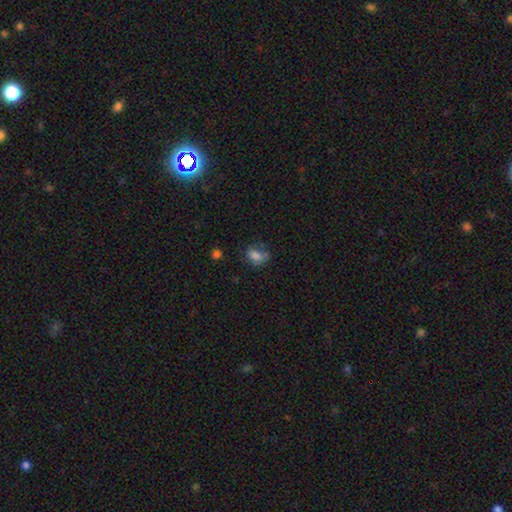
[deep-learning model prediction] smooth 76%, star or artifact 12%, featured or disk 12%. Down the decision tree: how rounded — in between (71%); merging — none (49%).